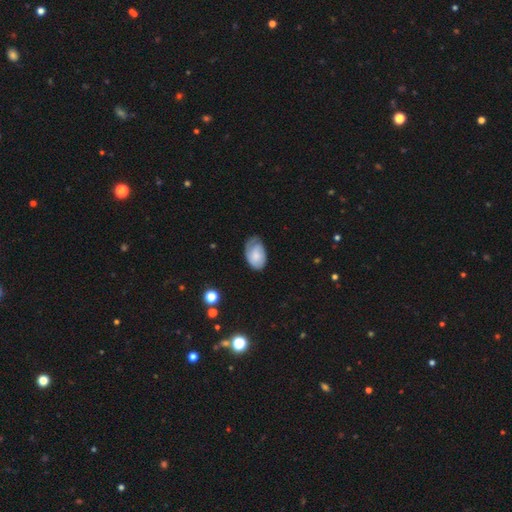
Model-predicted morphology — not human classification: smooth 60%, featured or disk 34%, star or artifact 7%. Down the decision tree: how rounded — in between (91%); merging — none (49%).